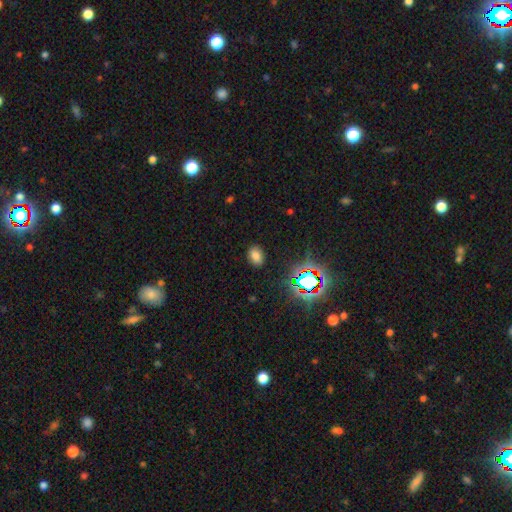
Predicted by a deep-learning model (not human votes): This appears to be a smooth galaxy with no disk features (71%) that is in between round and cigar-shaped (77%). Merging: none (87%).